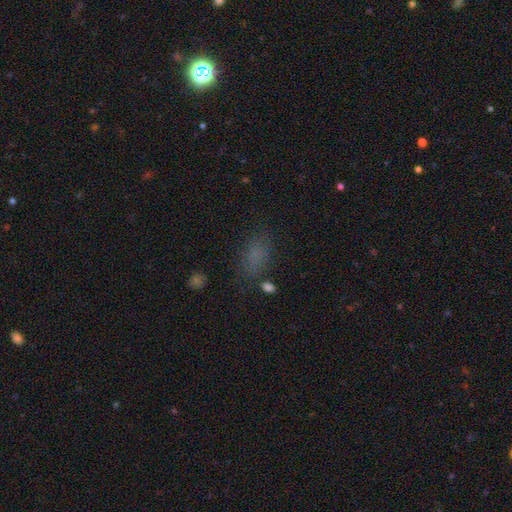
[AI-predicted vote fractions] Q: Smooth or featured?
A: smooth (71%); runner-up: star or artifact (21%)
Q: How rounded?
A: in between (86%); runner-up: round (9%)
Q: Merging?
A: none (73%); runner-up: minor disturbance (16%)